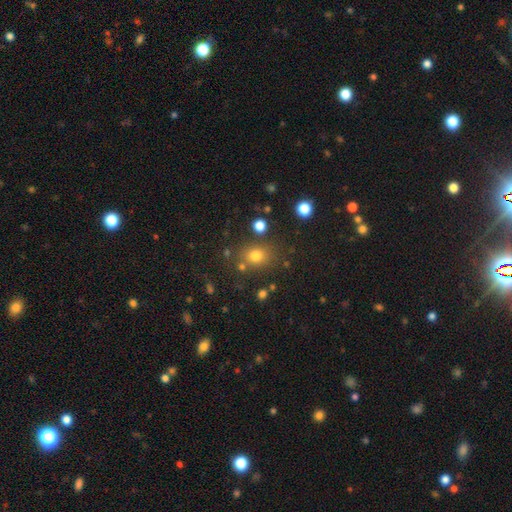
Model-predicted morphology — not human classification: A smooth galaxy with no disk features (75%) that is round (59%). Merging: none (77%).